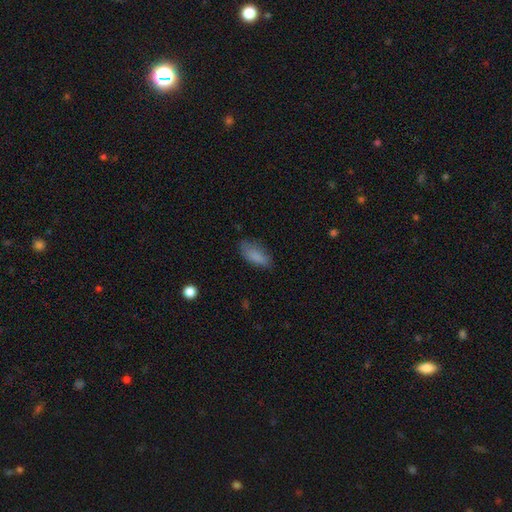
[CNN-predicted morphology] The model was most divided on "merging": none: 69%, minor disturbance: 23%, major disturbance: 6%, merger: 2%. More confident: smooth or featured — smooth (84%); how rounded — in between (80%).